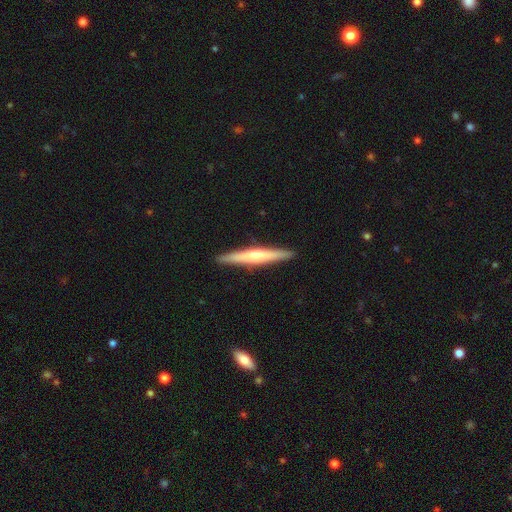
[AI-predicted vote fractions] featured or disk 52%, smooth 43%, star or artifact 5%. Down the decision tree: edge-on disk — yes (97%); edge-on bulge — rounded (62%); merging — none (92%).